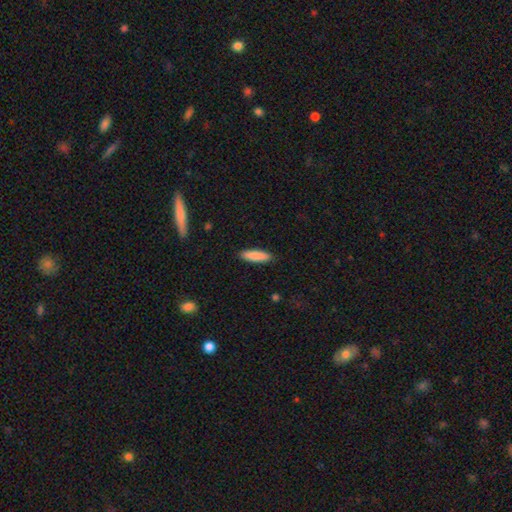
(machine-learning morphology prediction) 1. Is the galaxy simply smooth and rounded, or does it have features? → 88% smooth, 6% featured or disk, 6% star or artifact.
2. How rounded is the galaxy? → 67% cigar-shaped, 31% in between, 1% round.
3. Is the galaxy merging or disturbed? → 90% none, 7% minor disturbance, 2% major disturbance, 1% merger.